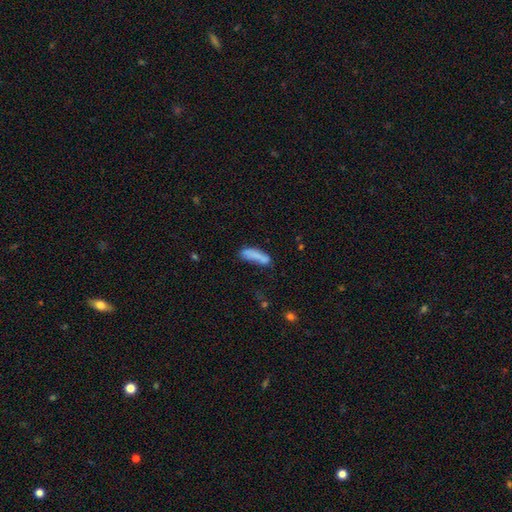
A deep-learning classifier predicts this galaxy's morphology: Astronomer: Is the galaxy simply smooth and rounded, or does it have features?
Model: smooth — 77%.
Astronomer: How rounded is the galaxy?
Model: cigar-shaped — 59% (runner-up: in between, 38%).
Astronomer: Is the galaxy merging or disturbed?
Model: none — 50% (runner-up: minor disturbance, 25%).